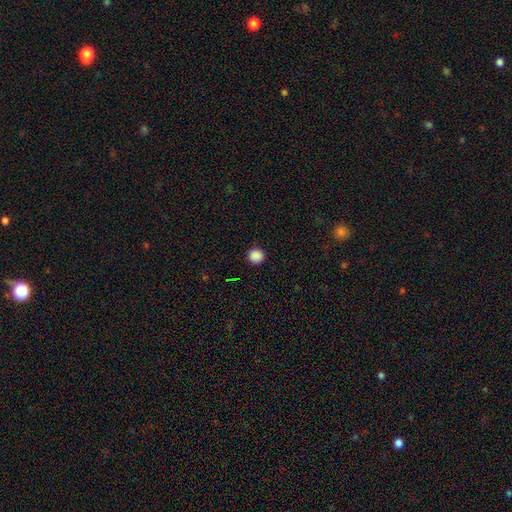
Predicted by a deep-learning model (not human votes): This is clearly a smooth galaxy (87%). How rounded: clearly round (95%). Merging: clearly none (93%).